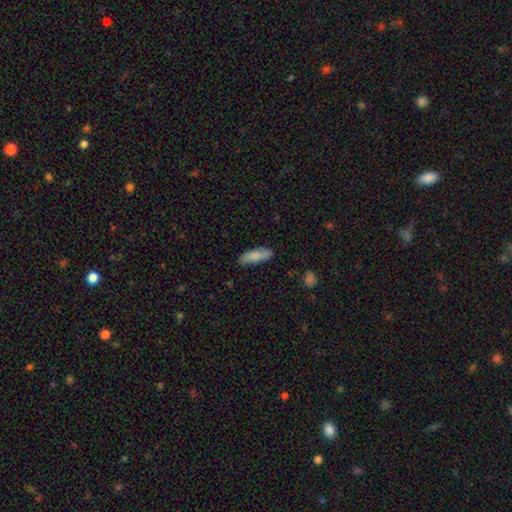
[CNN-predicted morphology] Q: Smooth or featured?
A: smooth (83%); runner-up: featured or disk (11%)
Q: How rounded?
A: in between (63%); runner-up: cigar-shaped (36%)
Q: Merging?
A: none (77%); runner-up: minor disturbance (18%)